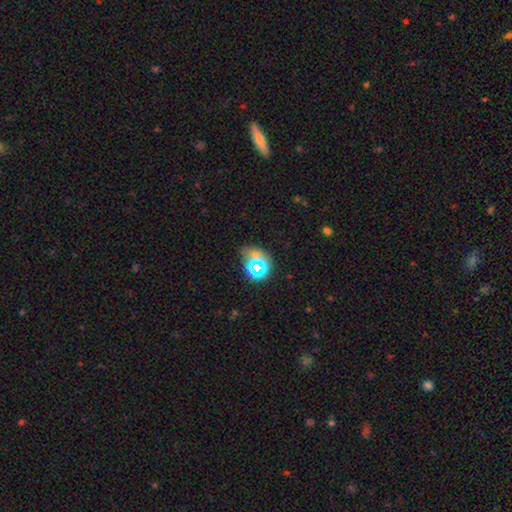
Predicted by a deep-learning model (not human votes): Q: Smooth or featured?
A: star or artifact (45%); runner-up: smooth (37%)